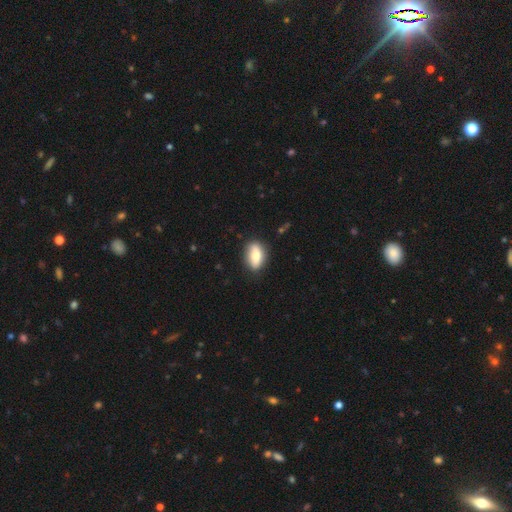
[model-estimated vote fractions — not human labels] smooth 75%, featured or disk 18%, star or artifact 7%. Down the decision tree: how rounded — in between (84%); merging — none (82%).